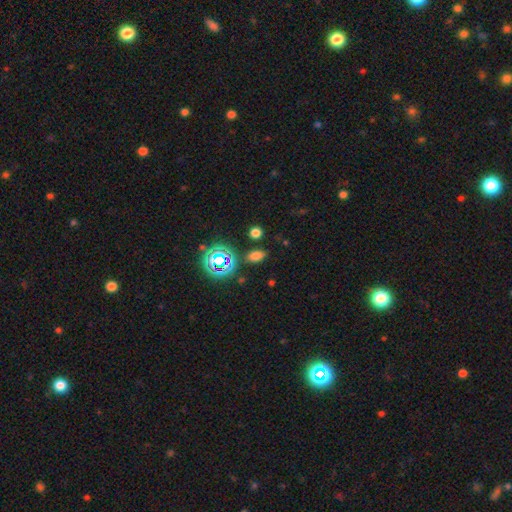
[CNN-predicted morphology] smooth-or-featured: smooth: 67% | star or artifact: 25% | featured or disk: 8%
  how-rounded: in between: 83% | round: 13% | cigar-shaped: 4%
  merging: none: 82% | minor disturbance: 10% | merger: 4% | major disturbance: 3%